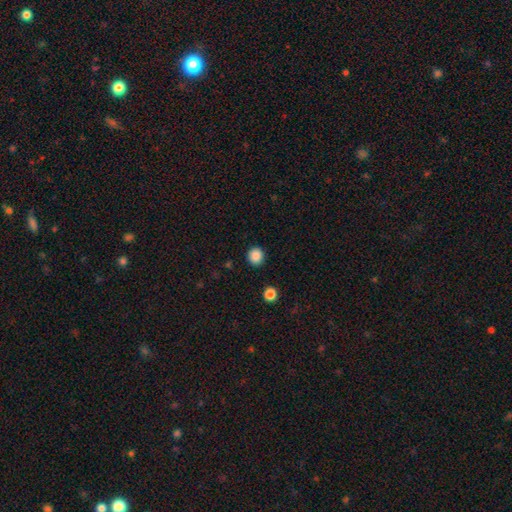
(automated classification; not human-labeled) Smooth or featured? smooth (87%)
How rounded? round (87%)
Merging? none (90%)